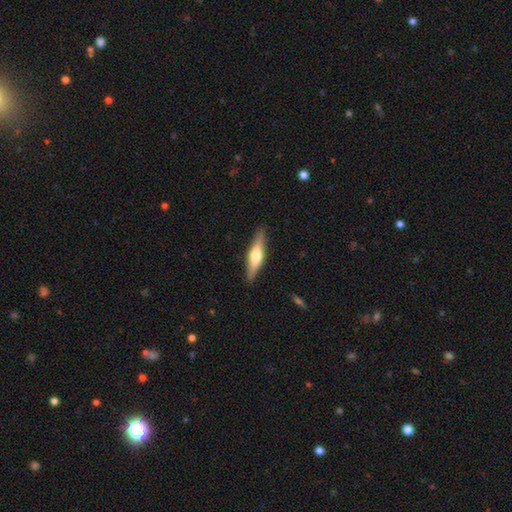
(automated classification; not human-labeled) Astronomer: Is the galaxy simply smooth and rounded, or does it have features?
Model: featured or disk — 49% (runner-up: smooth, 45%).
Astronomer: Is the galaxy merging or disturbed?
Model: none — 88%.